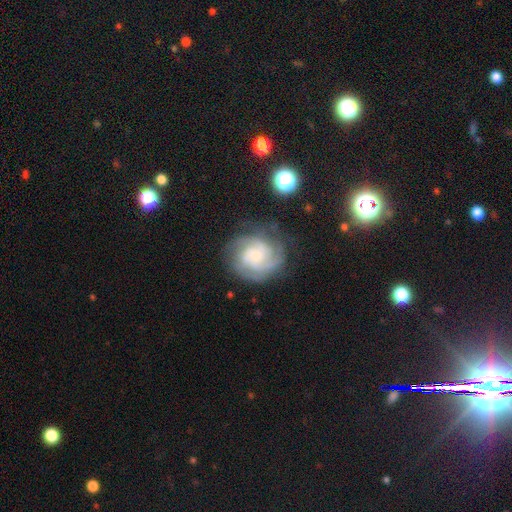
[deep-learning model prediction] Smooth or featured: featured or disk — 80% (smooth — 13%)
Edge-on disk: no — 98% (yes — 2%)
Bar: no — 69% (weak — 27%)
Spiral arms: yes — 95% (no — 5%)
Spiral winding: tight — 60% (medium — 33%)
Spiral arm count: 3 — 33% (can't tell — 26%)
Bulge size: small — 59% (moderate — 26%)
Merging: none — 72% (minor disturbance — 17%)